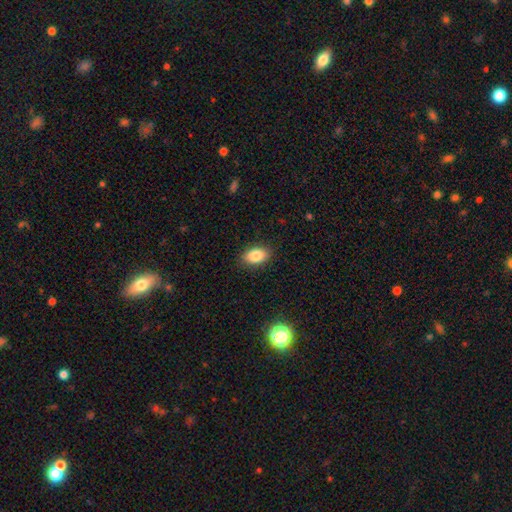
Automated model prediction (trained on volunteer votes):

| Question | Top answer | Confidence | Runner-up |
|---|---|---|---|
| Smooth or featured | smooth | 83% | star or artifact (9%) |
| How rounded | in between | 88% | round (10%) |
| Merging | none | 88% | minor disturbance (9%) |